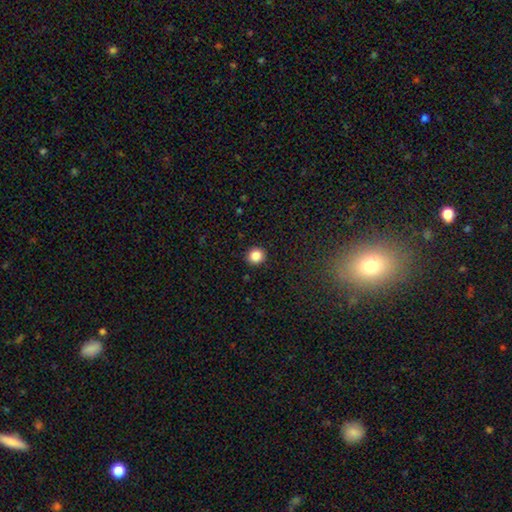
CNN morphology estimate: type=smooth (86%); roundness=round (91%); merging=none (92%).